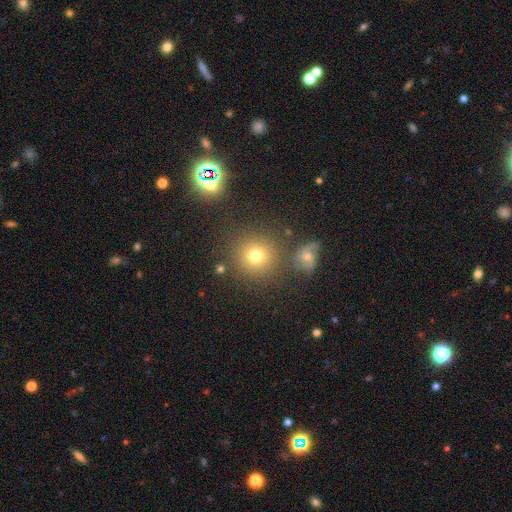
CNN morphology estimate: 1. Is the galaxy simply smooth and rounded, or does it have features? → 73% smooth, 15% star or artifact, 12% featured or disk.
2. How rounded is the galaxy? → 91% round, 8% in between, 1% cigar-shaped.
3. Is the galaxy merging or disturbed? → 79% none, 8% merger, 8% minor disturbance, 4% major disturbance.